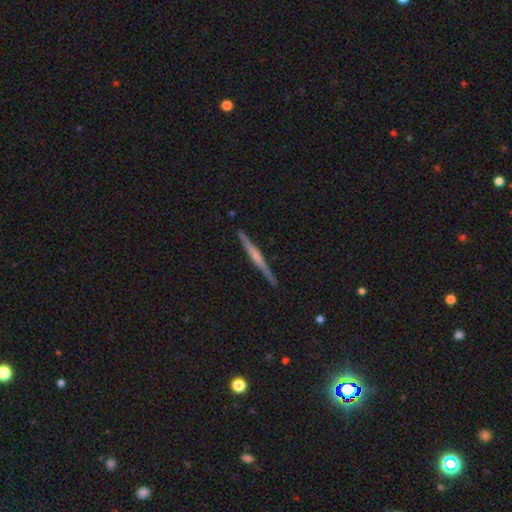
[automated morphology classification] Smooth or featured? Predicted: featured or disk (p=0.64). Edge-on disk? Predicted: yes (p=0.98). Edge-on bulge? Predicted: none (p=0.46). Merging? Predicted: none (p=0.90).